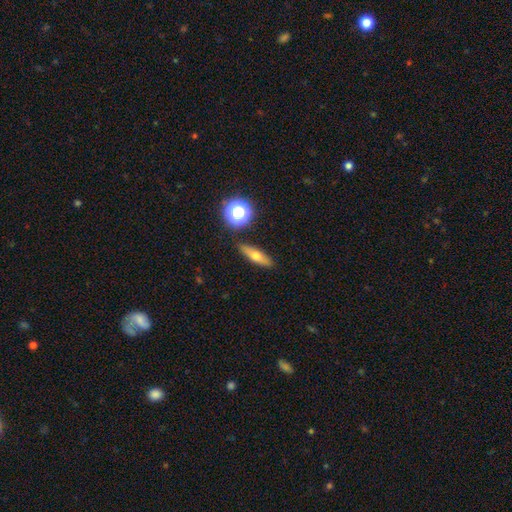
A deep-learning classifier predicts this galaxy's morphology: The model was most divided on "how rounded": cigar-shaped: 53%, in between: 38%, round: 9%. More confident: merging — none (86%); smooth or featured — smooth (58%).